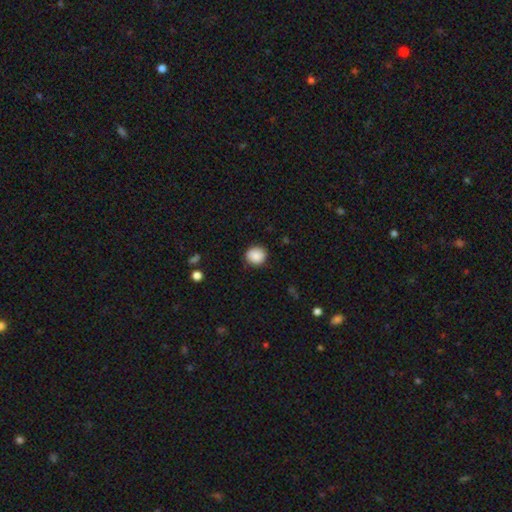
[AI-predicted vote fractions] The model was most divided on "how rounded": round: 84%, in between: 15%, cigar-shaped: 1%. More confident: smooth or featured — smooth (87%); merging — none (87%).